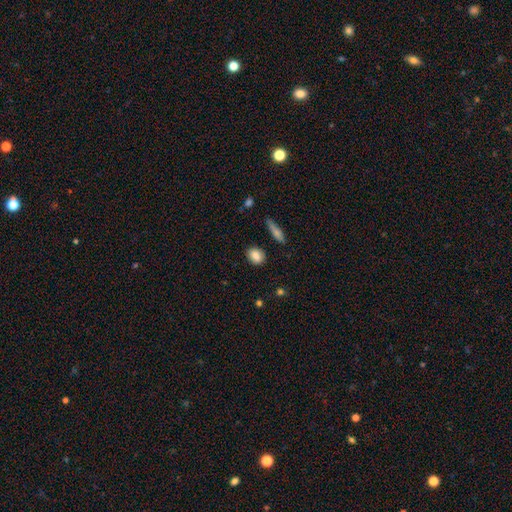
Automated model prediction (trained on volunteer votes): Smooth or featured? Predicted: smooth (p=0.84). How rounded? Predicted: in between (p=0.53). Merging? Predicted: none (p=0.83).